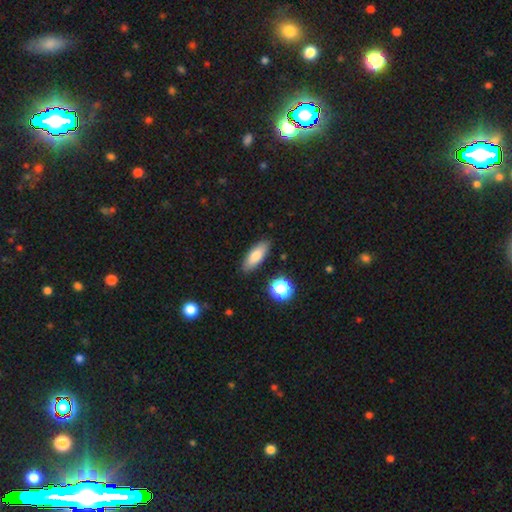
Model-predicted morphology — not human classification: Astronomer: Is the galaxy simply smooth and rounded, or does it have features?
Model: smooth — 79%.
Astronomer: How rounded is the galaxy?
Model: in between — 68%.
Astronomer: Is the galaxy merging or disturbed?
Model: none — 87%.